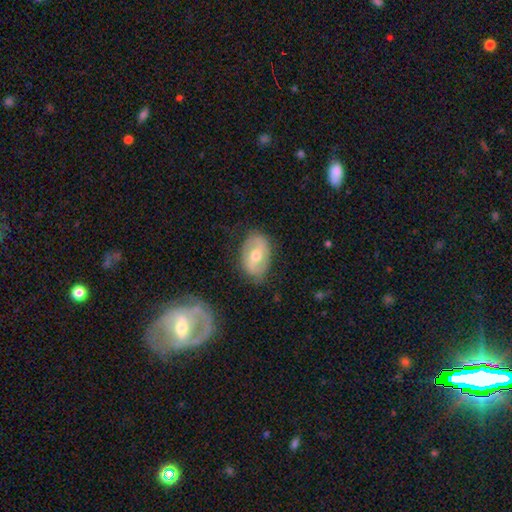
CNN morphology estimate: Q: Smooth or featured?
A: featured or disk (55%); runner-up: smooth (38%)
Q: Edge-on disk?
A: no (92%); runner-up: yes (8%)
Q: Bar?
A: weak (40%); runner-up: strong (32%)
Q: Spiral arms?
A: yes (56%); runner-up: no (44%)
Q: Bulge size?
A: moderate (70%); runner-up: small (25%)
Q: Merging?
A: none (78%); runner-up: minor disturbance (16%)